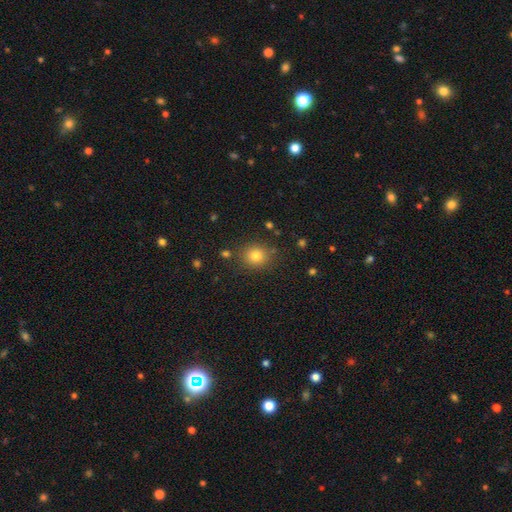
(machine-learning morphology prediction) Smooth or featured?
  - smooth: 80% *
  - star or artifact: 13%
  - featured or disk: 7%
How rounded?
  - round: 77% *
  - in between: 22%
  - cigar-shaped: 1%
Merging?
  - none: 84% *
  - minor disturbance: 10%
  - major disturbance: 3%
  - merger: 3%